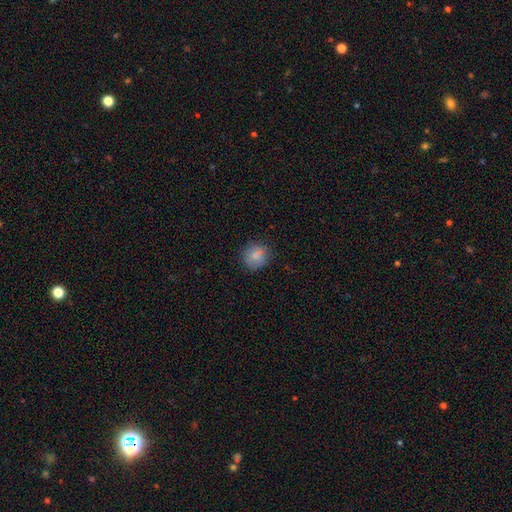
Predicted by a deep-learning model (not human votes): Overall: smooth (83%). How rounded: round (83%). Merging: none (80%).